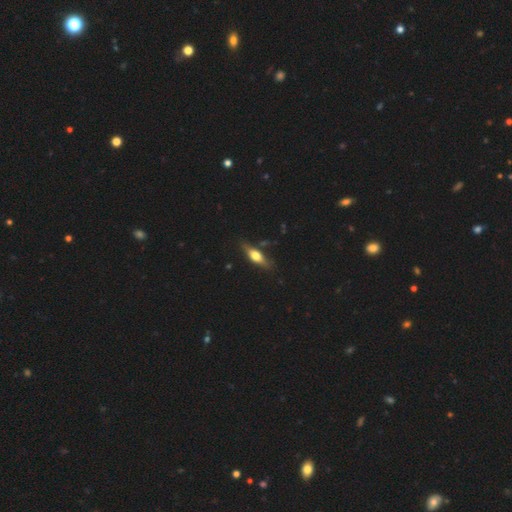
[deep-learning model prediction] A smooth galaxy with no disk features (50%) that is in between round and cigar-shaped (52%).

Vote fractions:
- Smooth or featured? smooth: 50% / featured or disk: 43% / star or artifact: 7%
- How rounded? in between: 52% / cigar-shaped: 44% / round: 4%
- Merging? none: 76% / minor disturbance: 17% / major disturbance: 4% / merger: 3%